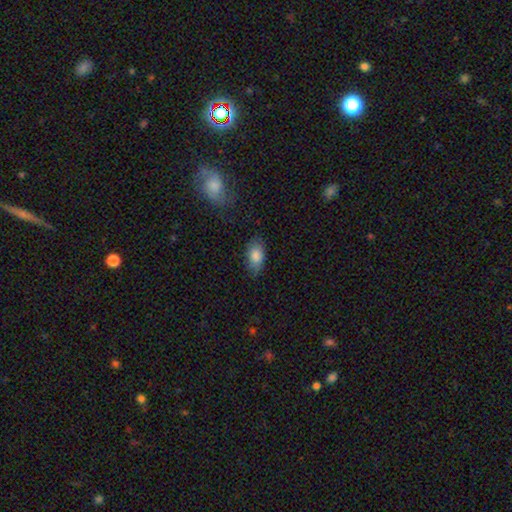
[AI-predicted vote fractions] smooth 83%, featured or disk 9%, star or artifact 7%. Down the decision tree: how rounded — in between (91%); merging — none (73%).